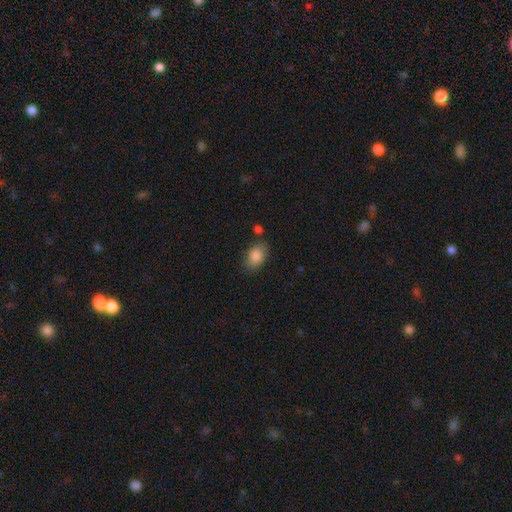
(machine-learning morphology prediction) This is clearly a smooth galaxy (86%). How rounded: clearly in between (85%). Merging: likely none (75%).